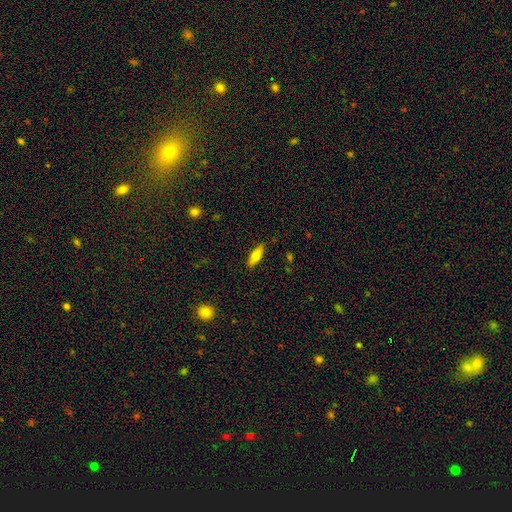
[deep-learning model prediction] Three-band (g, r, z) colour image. It shows a smooth galaxy with no disk features (67%) that is cigar-shaped (51%). Merging: none (86%).